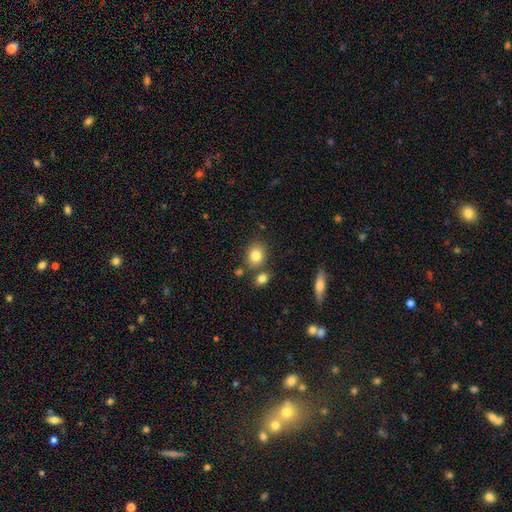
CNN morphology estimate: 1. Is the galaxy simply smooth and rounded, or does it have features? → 82% smooth, 10% star or artifact, 8% featured or disk.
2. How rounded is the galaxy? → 51% round, 48% in between, 1% cigar-shaped.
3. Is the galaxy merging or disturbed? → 71% none, 14% merger, 12% minor disturbance, 4% major disturbance.